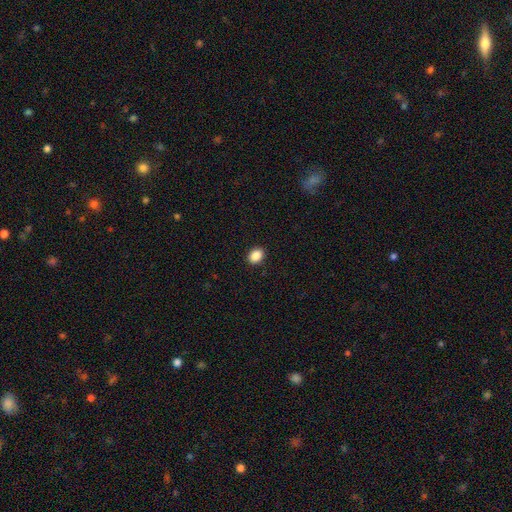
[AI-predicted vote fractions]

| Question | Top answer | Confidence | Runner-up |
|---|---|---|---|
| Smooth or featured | smooth | 88% | star or artifact (9%) |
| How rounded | in between | 57% | round (42%) |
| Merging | none | 91% | minor disturbance (6%) |